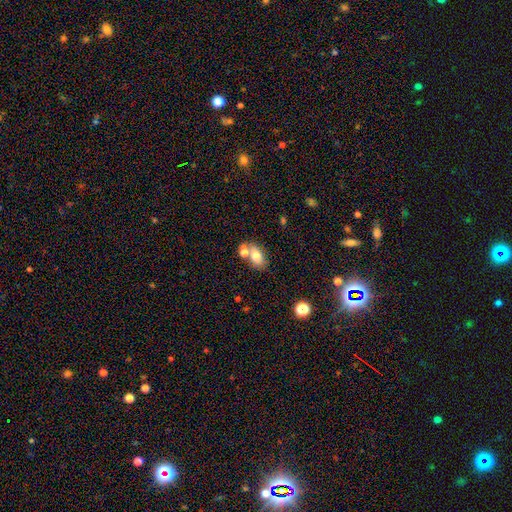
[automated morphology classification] Smooth or featured: smooth — 71% (featured or disk — 20%)
How rounded: in between — 85% (round — 13%)
Merging: none — 50% (merger — 33%)